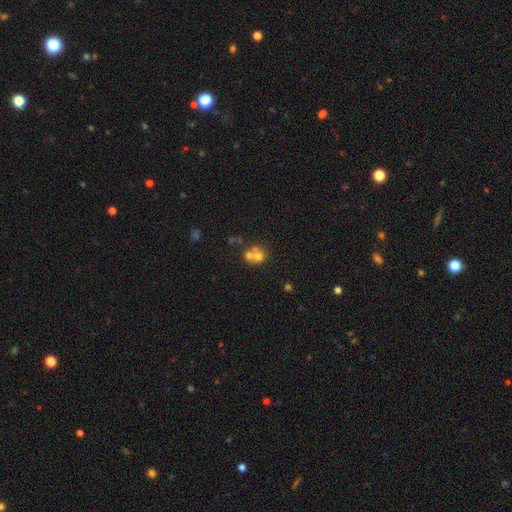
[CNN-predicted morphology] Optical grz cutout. It shows a smooth galaxy with no disk features (60%) that is round (78%). Merging: merger (58%).